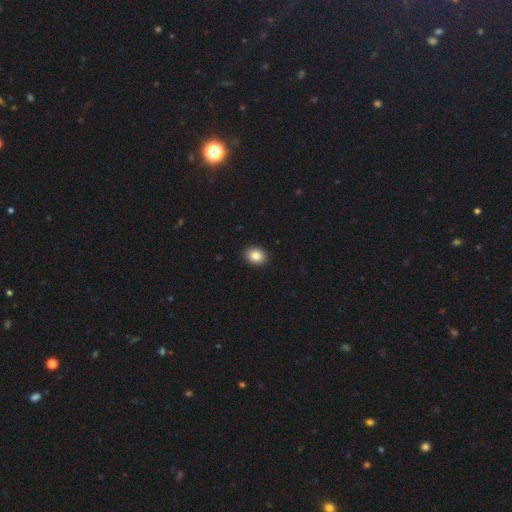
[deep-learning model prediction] Q: Smooth or featured?
A: smooth (86%); runner-up: star or artifact (9%)
Q: How rounded?
A: in between (56%); runner-up: round (43%)
Q: Merging?
A: none (92%); runner-up: minor disturbance (6%)